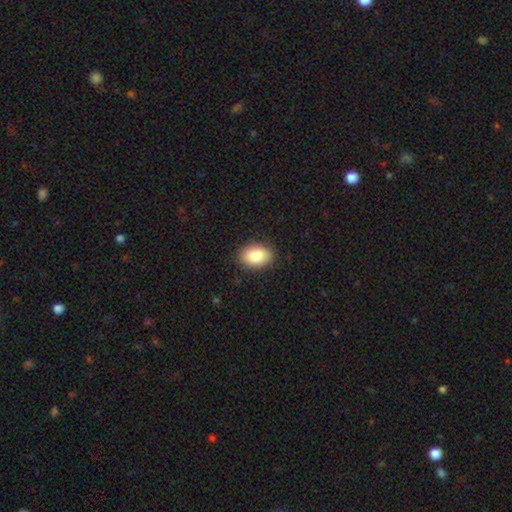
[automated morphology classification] smooth_or_featured: smooth (p=0.85) [alt: featured or disk p=0.07]
how_rounded: in between (p=0.82) [alt: round p=0.17]
merging: none (p=0.88) [alt: minor disturbance p=0.09]